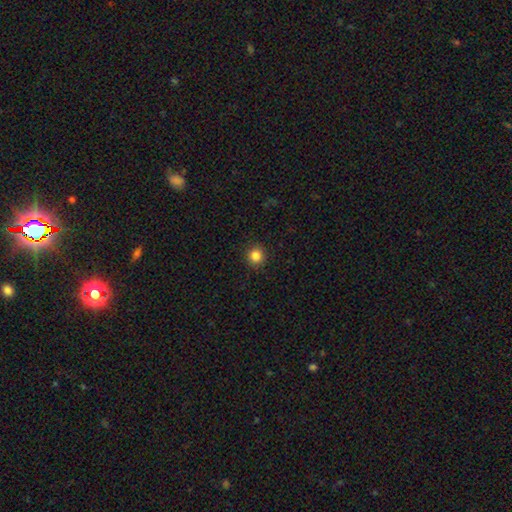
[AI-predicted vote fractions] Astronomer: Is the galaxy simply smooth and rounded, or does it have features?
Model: smooth — 85%.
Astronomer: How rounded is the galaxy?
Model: round — 92%.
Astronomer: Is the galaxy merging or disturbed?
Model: none — 92%.